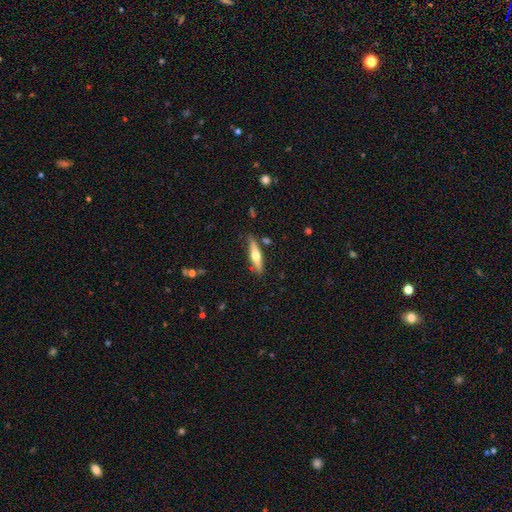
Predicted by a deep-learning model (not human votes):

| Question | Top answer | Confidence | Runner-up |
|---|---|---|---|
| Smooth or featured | featured or disk | 52% | smooth (43%) |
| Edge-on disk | yes | 93% | no (7%) |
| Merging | none | 83% | minor disturbance (11%) |